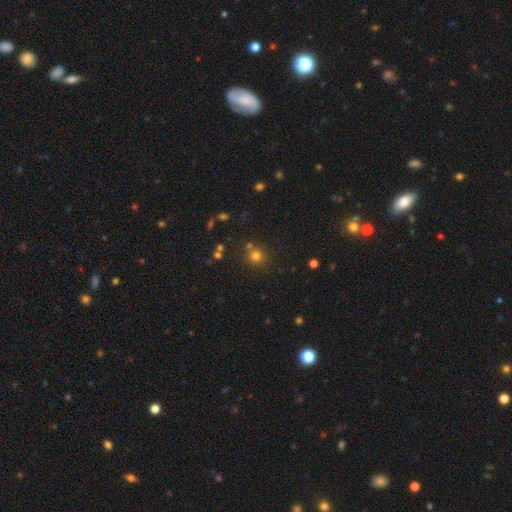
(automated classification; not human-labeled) Morphology: type=smooth (74%); roundness=round (91%); merging=none (75%).